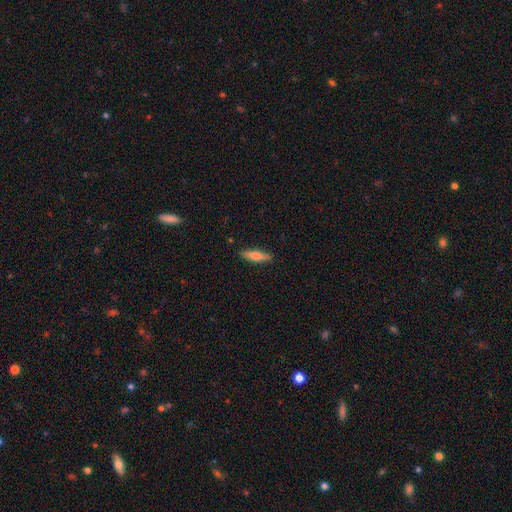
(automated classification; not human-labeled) This is possibly a smooth galaxy (58%). How rounded: likely cigar-shaped (73%). Merging: clearly none (89%).